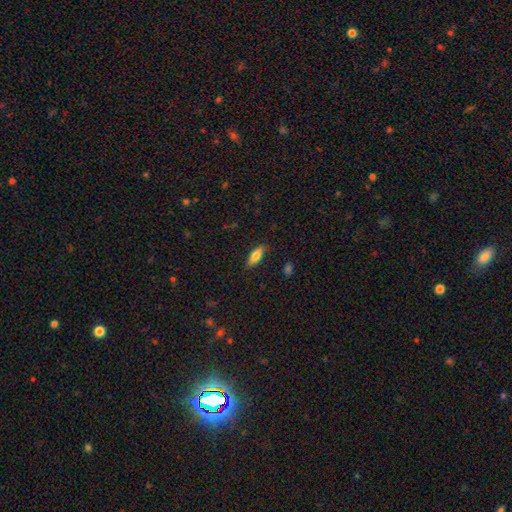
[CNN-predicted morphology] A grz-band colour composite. It shows a smooth galaxy with no disk features (73%) that is in between round and cigar-shaped (65%). Merging: none (85%).